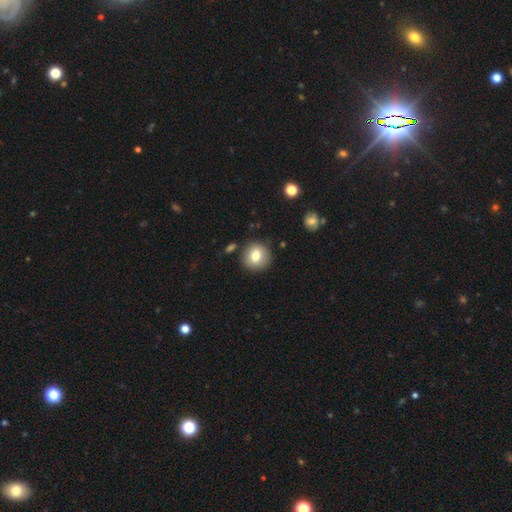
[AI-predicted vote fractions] A smooth galaxy with no disk features (78%) that is round (90%).

Vote fractions:
- Smooth or featured? smooth: 78% / featured or disk: 12% / star or artifact: 9%
- How rounded? round: 90% / in between: 9% / cigar-shaped: 1%
- Merging? none: 86% / minor disturbance: 9% / merger: 3% / major disturbance: 2%